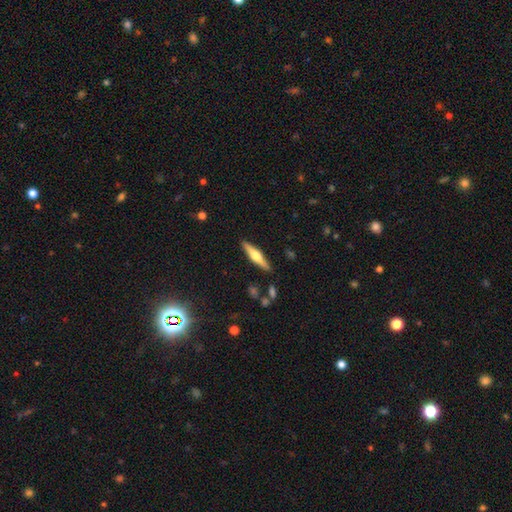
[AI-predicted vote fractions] Q: Smooth or featured?
A: featured or disk (59%); runner-up: smooth (35%)
Q: Edge-on disk?
A: yes (95%); runner-up: no (5%)
Q: Edge-on bulge?
A: rounded (92%); runner-up: boxy (5%)
Q: Merging?
A: none (89%); runner-up: minor disturbance (7%)